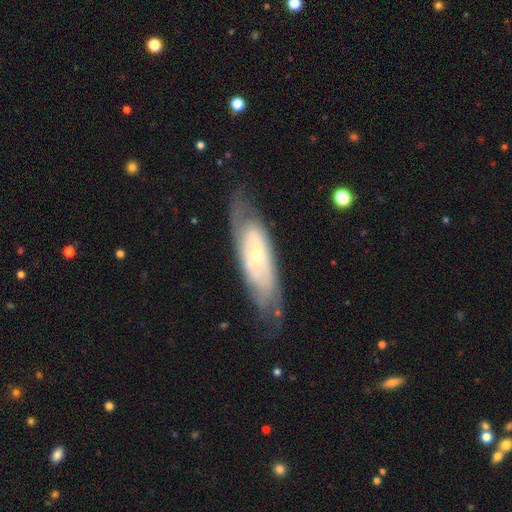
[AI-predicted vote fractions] Overall: featured or disk (74%). Edge-on disk: no (80%). Bar: weak (39%; no 38%). Spiral arms: yes (81%). Bulge size: small (68%). Merging: none (70%).